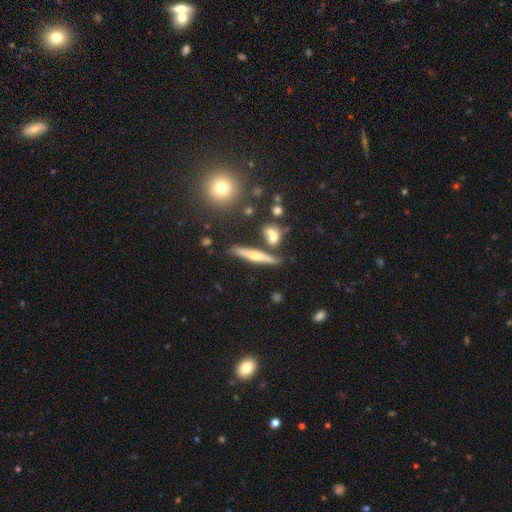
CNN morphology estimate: The model was most divided on "smooth or featured": featured or disk: 56%, smooth: 36%, star or artifact: 8%. More confident: edge-on disk — yes (94%); edge-on bulge — rounded (83%); merging — none (75%).